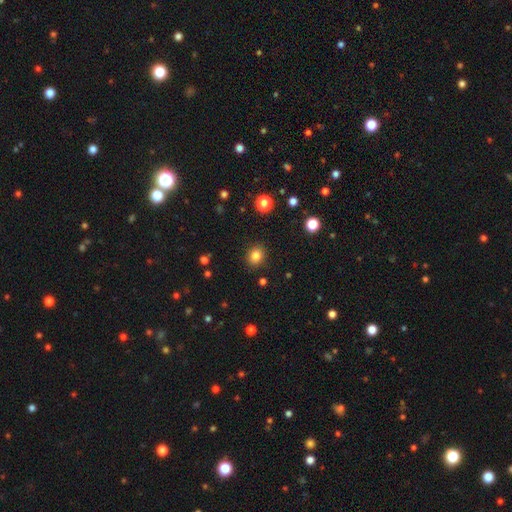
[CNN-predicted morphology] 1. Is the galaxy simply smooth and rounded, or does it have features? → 83% smooth, 12% star or artifact, 6% featured or disk.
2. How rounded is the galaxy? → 66% round, 33% in between, 1% cigar-shaped.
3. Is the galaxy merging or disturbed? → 89% none, 7% minor disturbance, 2% major disturbance, 1% merger.